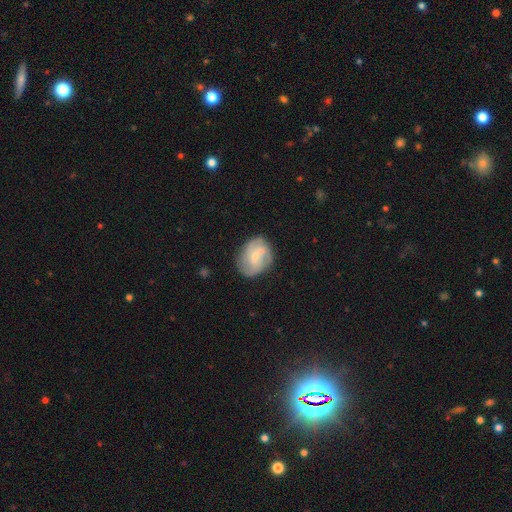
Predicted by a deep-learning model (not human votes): Smooth or featured? Predicted: featured or disk (p=0.60). Edge-on disk? Predicted: no (p=0.97). Bar? Predicted: no (p=0.54). Spiral arms? Predicted: yes (p=0.77). Bulge size? Predicted: small (p=0.57). Merging? Predicted: none (p=0.65).